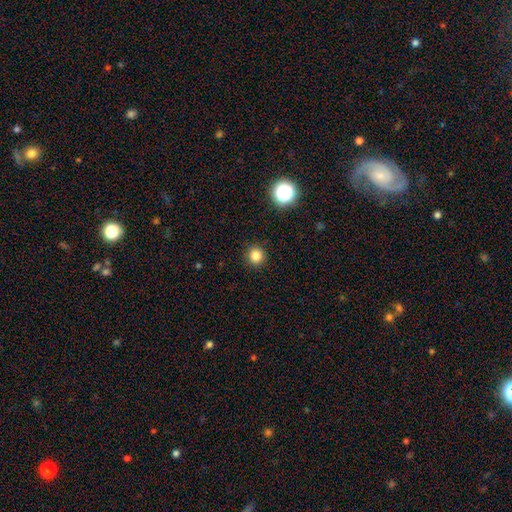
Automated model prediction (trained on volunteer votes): Smooth or featured: smooth — 83% (star or artifact — 13%)
How rounded: round — 93% (in between — 6%)
Merging: none — 92% (minor disturbance — 5%)